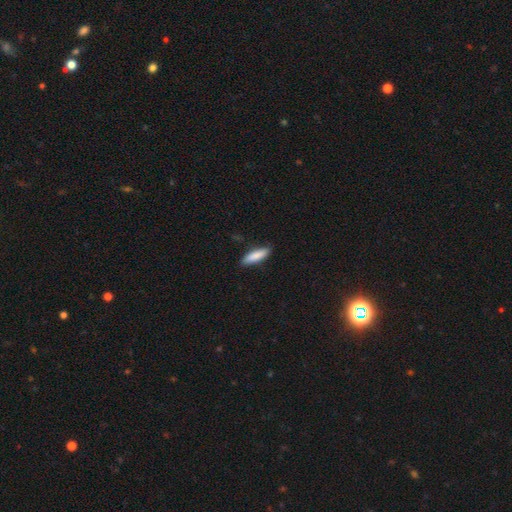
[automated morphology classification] Q: Smooth or featured?
A: smooth (86%); runner-up: featured or disk (8%)
Q: How rounded?
A: cigar-shaped (61%); runner-up: in between (38%)
Q: Merging?
A: none (86%); runner-up: minor disturbance (11%)